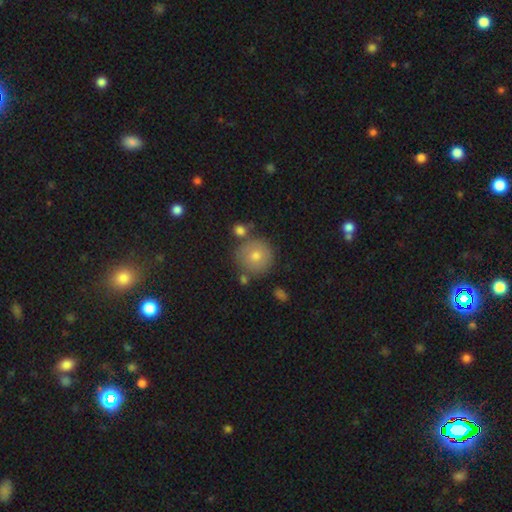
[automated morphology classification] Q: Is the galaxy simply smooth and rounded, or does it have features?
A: smooth — 71%.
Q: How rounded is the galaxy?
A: round — 95%.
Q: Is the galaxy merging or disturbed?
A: none — 79%.